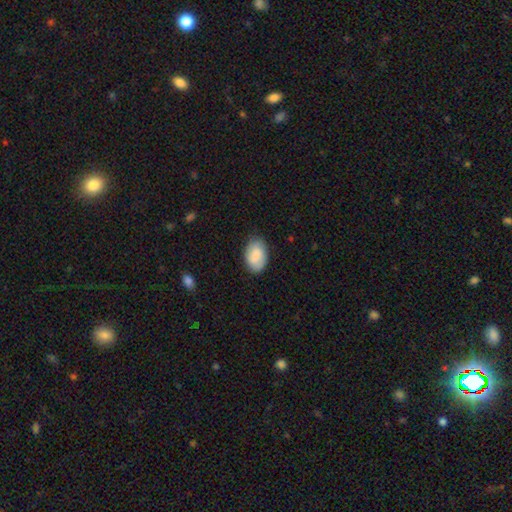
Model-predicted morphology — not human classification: Smooth or featured: smooth — 84% (featured or disk — 10%)
How rounded: in between — 90% (round — 8%)
Merging: none — 79% (minor disturbance — 17%)